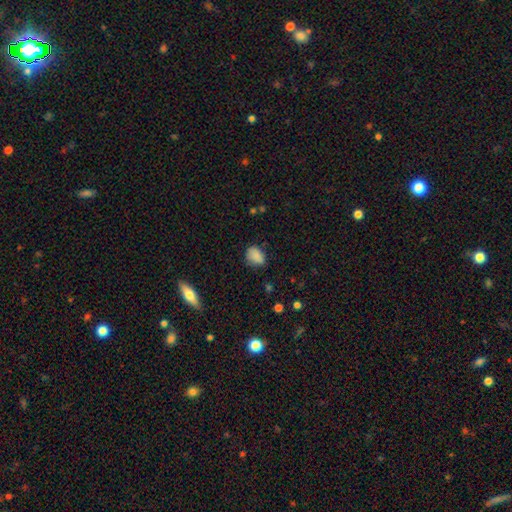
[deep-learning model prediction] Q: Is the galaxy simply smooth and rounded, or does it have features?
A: smooth — 84%.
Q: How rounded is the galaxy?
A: in between — 63%.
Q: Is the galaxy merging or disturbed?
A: none — 65%.